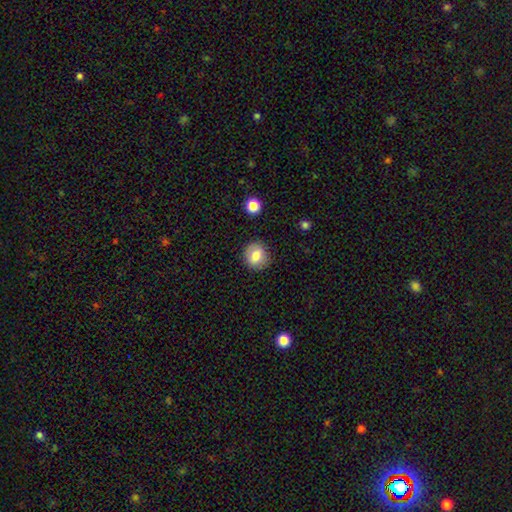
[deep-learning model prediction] Morphology: type=smooth (80%); roundness=round (80%); merging=none (87%).